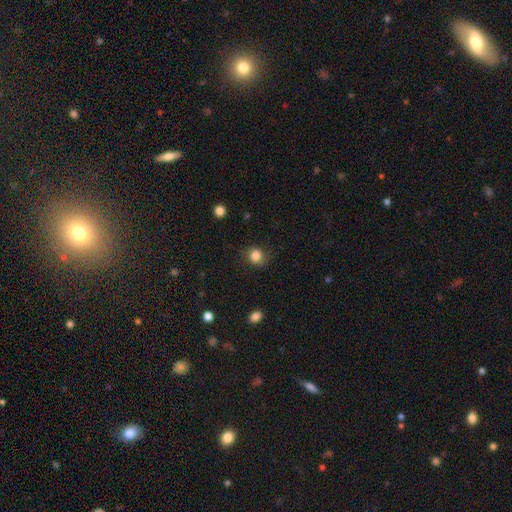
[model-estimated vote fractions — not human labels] This appears to be a smooth galaxy with no disk features (84%) that is round (79%). Merging: none (79%).